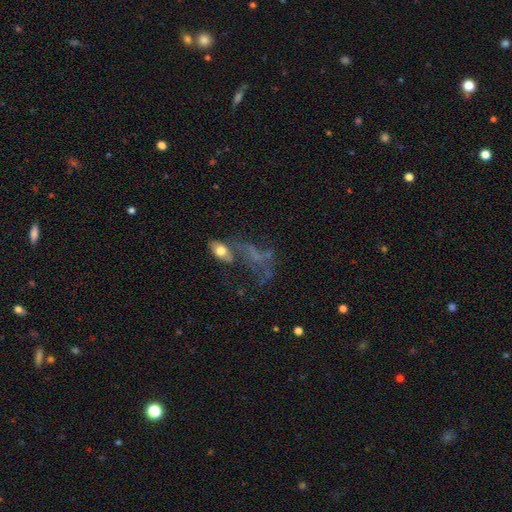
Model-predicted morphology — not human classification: Smooth or featured? Predicted: featured or disk (p=0.43). Merging? Predicted: major disturbance (p=0.47).